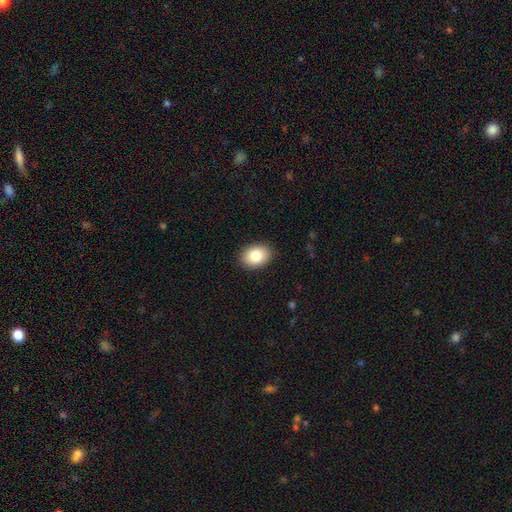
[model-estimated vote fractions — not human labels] Smooth or featured?
  - smooth: 84% *
  - featured or disk: 8%
  - star or artifact: 8%
How rounded?
  - in between: 78% *
  - round: 22%
  - cigar-shaped: 1%
Merging?
  - none: 89% *
  - minor disturbance: 8%
  - major disturbance: 2%
  - merger: 1%